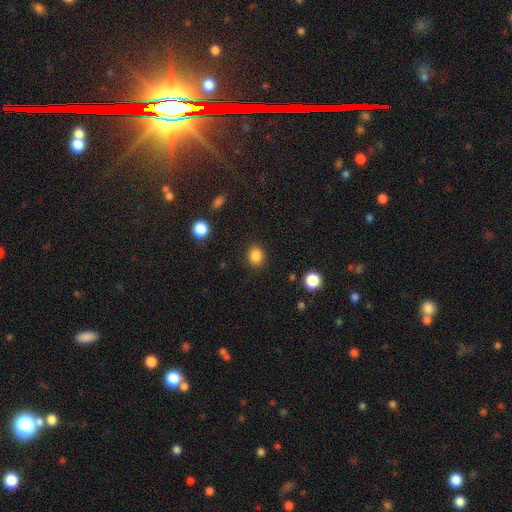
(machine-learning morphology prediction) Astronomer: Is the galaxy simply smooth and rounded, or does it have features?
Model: smooth — 86%.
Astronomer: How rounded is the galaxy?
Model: round — 63%.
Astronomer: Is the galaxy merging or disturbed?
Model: none — 88%.